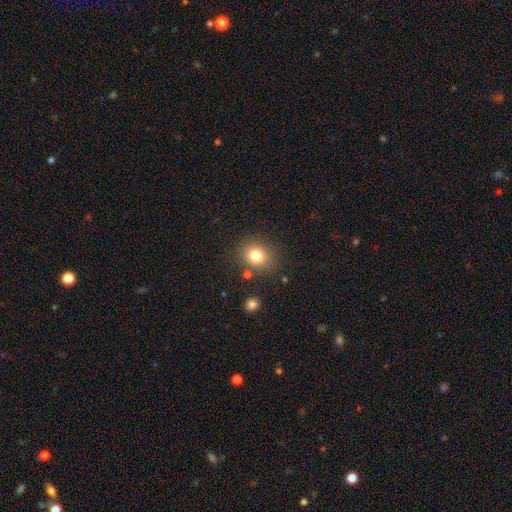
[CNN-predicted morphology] Q: Smooth or featured?
A: smooth (80%); runner-up: star or artifact (12%)
Q: How rounded?
A: round (66%); runner-up: in between (33%)
Q: Merging?
A: none (80%); runner-up: minor disturbance (11%)